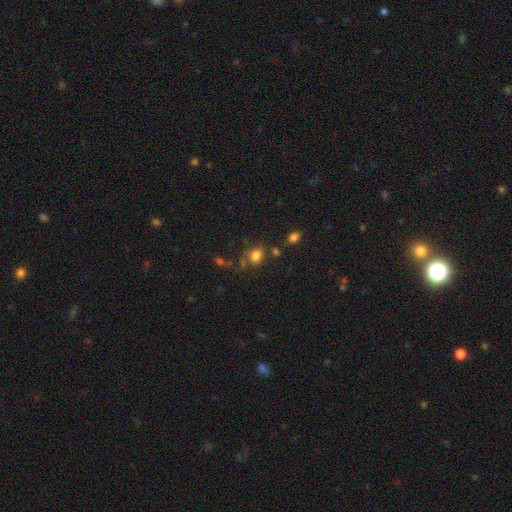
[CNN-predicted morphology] Smooth or featured?
  - smooth: 79% *
  - star or artifact: 12%
  - featured or disk: 9%
How rounded?
  - round: 50% *
  - in between: 49%
  - cigar-shaped: 1%
Merging?
  - none: 57% *
  - minor disturbance: 20%
  - merger: 12%
  - major disturbance: 11%